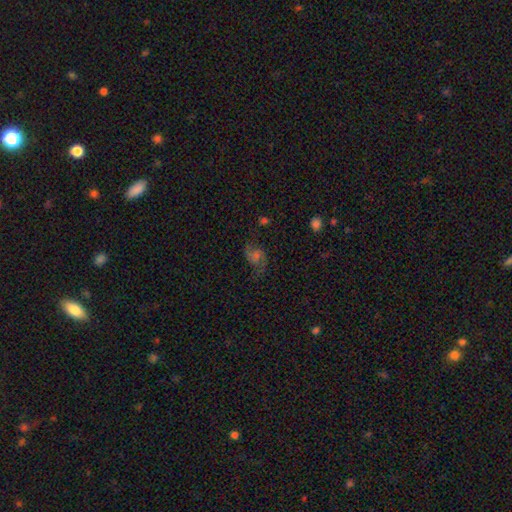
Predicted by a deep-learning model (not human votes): Q: Smooth or featured?
A: featured or disk (61%); runner-up: smooth (22%)
Q: Edge-on disk?
A: no (97%); runner-up: yes (3%)
Q: Bar?
A: no (61%); runner-up: weak (33%)
Q: Spiral arms?
A: yes (91%); runner-up: no (9%)
Q: Spiral winding?
A: loose (58%); runner-up: medium (34%)
Q: Spiral arm count?
A: 2 (86%); runner-up: 1 (5%)
Q: Bulge size?
A: small (34%); runner-up: none (30%)
Q: Merging?
A: none (63%); runner-up: minor disturbance (18%)